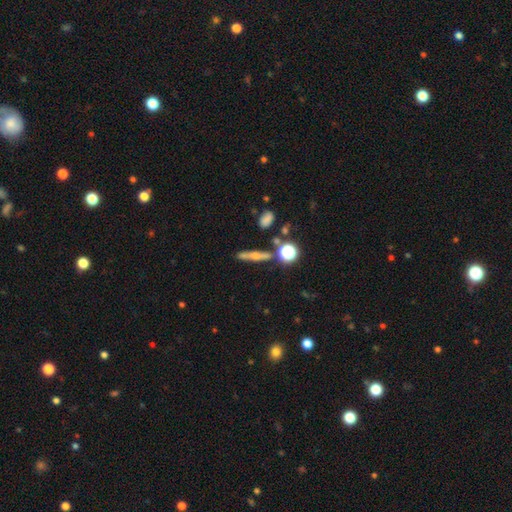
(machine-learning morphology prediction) The model was most divided on "smooth or featured" (2-way tie): featured or disk: 42%, smooth: 42%, star or artifact: 15%. More confident: merging — none (80%).